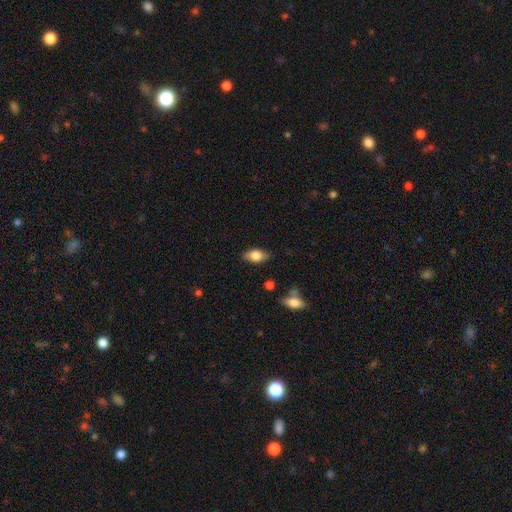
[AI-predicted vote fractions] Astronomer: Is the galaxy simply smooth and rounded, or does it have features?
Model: smooth — 79%.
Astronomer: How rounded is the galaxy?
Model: in between — 89%.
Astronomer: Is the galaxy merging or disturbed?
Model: none — 83%.